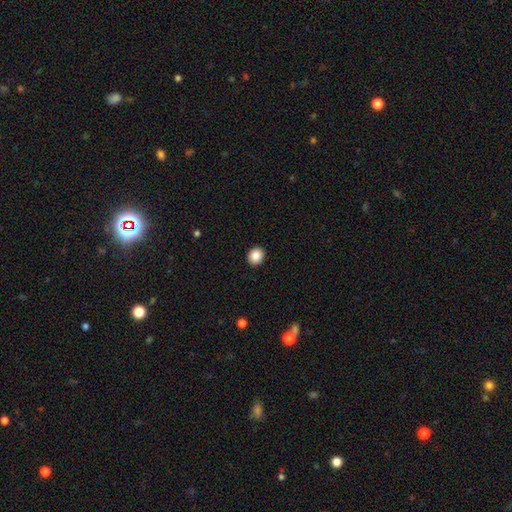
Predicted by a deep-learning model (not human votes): This appears to be a smooth galaxy with no disk features (86%) that is round (77%). Merging: none (92%).